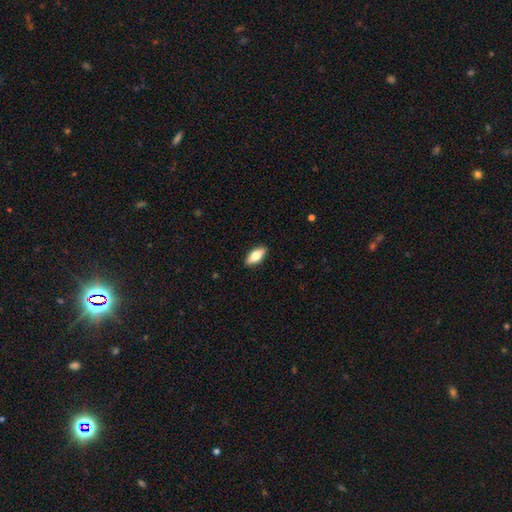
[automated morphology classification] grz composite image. It shows a smooth galaxy with no disk features (67%) that is in between round and cigar-shaped (78%). Merging: none (89%).